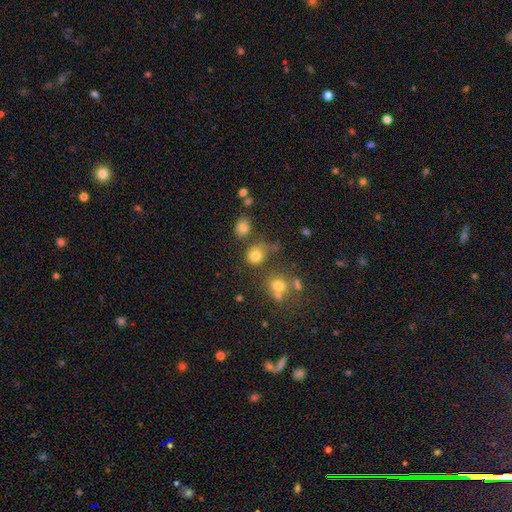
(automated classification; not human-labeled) Smooth or featured: smooth — 77% (star or artifact — 15%)
How rounded: round — 80% (in between — 19%)
Merging: none — 66% (merger — 14%)